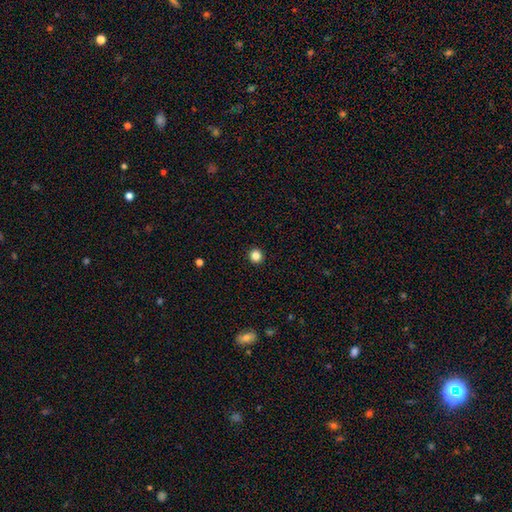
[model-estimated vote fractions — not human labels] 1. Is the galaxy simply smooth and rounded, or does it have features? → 84% smooth, 12% star or artifact, 4% featured or disk.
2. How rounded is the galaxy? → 94% round, 5% in between, 1% cigar-shaped.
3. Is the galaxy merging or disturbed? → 94% none, 4% minor disturbance, 1% major disturbance, 1% merger.